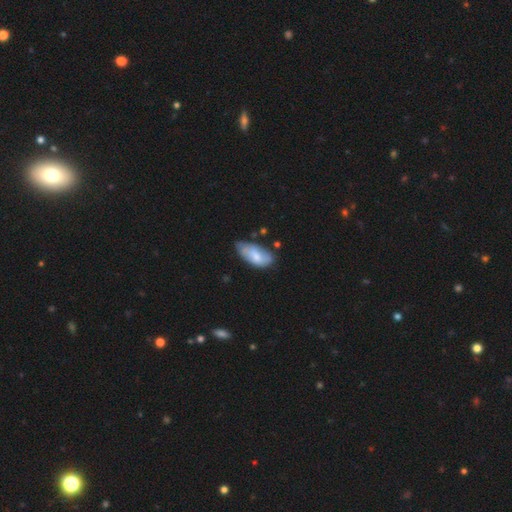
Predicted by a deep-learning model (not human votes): The model was most divided on "merging": none: 50%, minor disturbance: 37%, major disturbance: 9%, merger: 4%. More confident: how rounded — in between (92%); smooth or featured — smooth (69%).